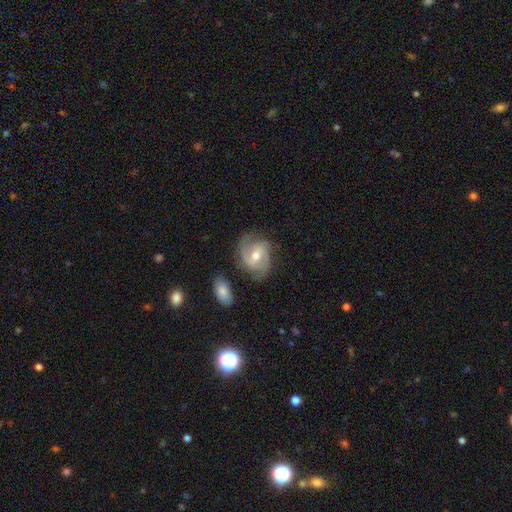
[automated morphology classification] A featured or disk galaxy (77%) with a weak bar (48%), 2 (61%) medium (48%) spiral arms (93%) and a moderate central bulge (70%).

Vote fractions:
- Smooth or featured? featured or disk: 77% / smooth: 17% / star or artifact: 6%
- Edge-on disk? no: 97% / yes: 3%
- Bar? weak: 48% / no: 34% / strong: 17%
- Spiral arms? yes: 93% / no: 7%
- Spiral winding? medium: 48% / tight: 33% / loose: 20%
- Spiral arm count? 2: 61% / 3: 17% / can't tell: 13% / 1: 4% / 4: 3% / more than 4: 2%
- Bulge size? moderate: 70% / small: 25% / large: 3% / none: 1% / dominant: 1%
- Merging? none: 66% / minor disturbance: 21% / major disturbance: 9% / merger: 4%